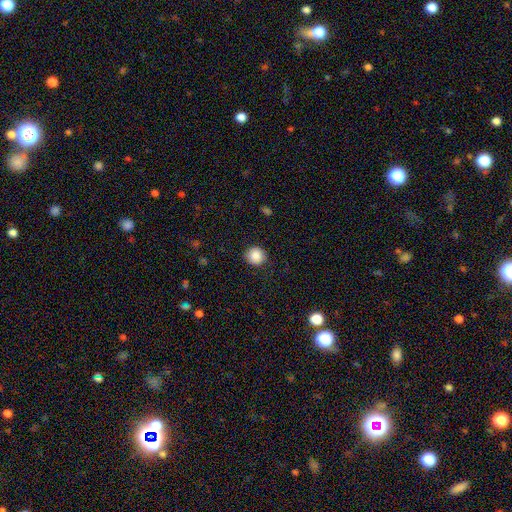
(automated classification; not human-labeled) Smooth or featured: smooth — 87% (star or artifact — 9%)
How rounded: round — 92% (in between — 7%)
Merging: none — 90% (minor disturbance — 7%)